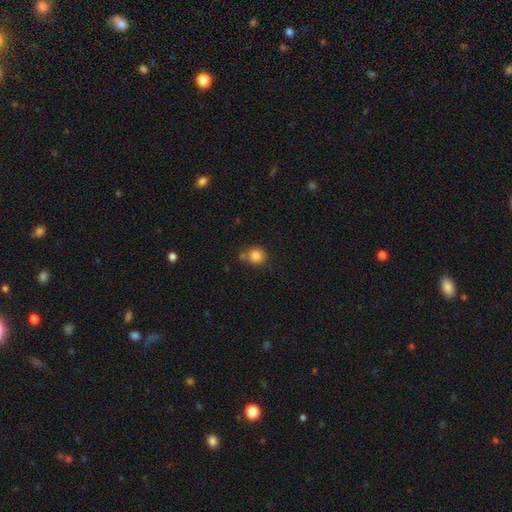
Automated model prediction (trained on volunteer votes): Morphology: type=smooth (84%); roundness=round (84%); merging=none (66%).